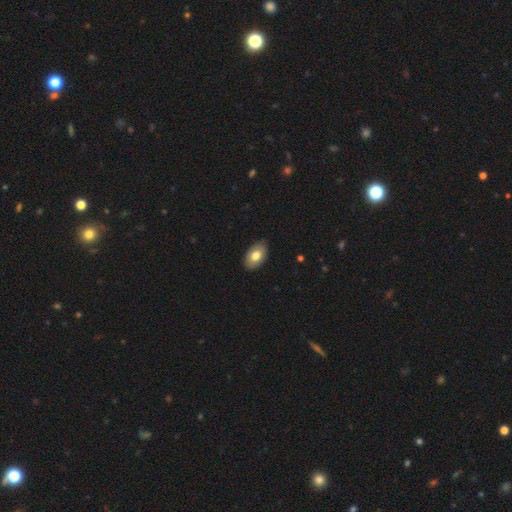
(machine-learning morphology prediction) Smooth or featured? smooth (76%)
How rounded? in between (92%)
Merging? none (85%)